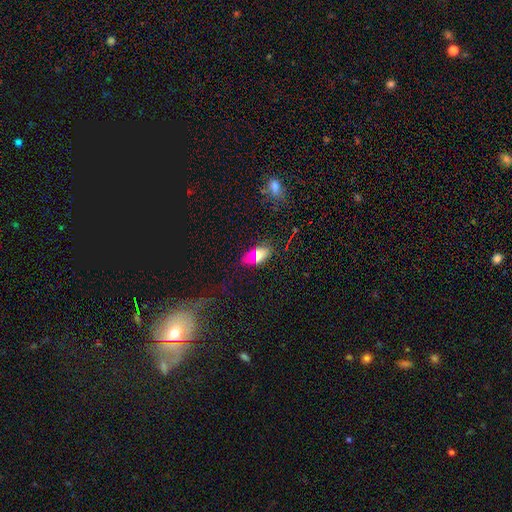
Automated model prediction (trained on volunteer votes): Smooth or featured? smooth (67%)
How rounded? in between (85%)
Merging? none (81%)